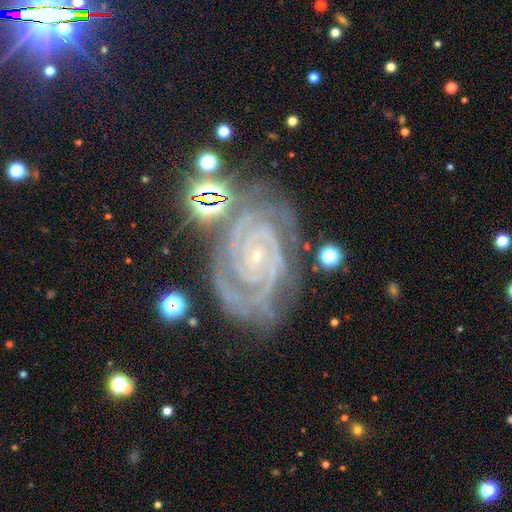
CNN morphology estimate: This appears to be a featured or disk galaxy (90%) with no bar (67%), 2 (48%) tight (82%) spiral arms (99%) and a small central bulge (88%). Merging: none (70%).